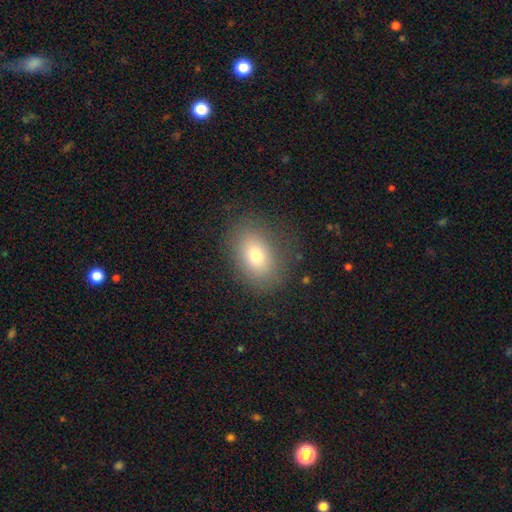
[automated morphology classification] Smooth or featured?
  - smooth: 75% *
  - featured or disk: 13%
  - star or artifact: 11%
How rounded?
  - in between: 74% *
  - round: 24%
  - cigar-shaped: 1%
Merging?
  - none: 81% *
  - minor disturbance: 13%
  - major disturbance: 6%
  - merger: 1%